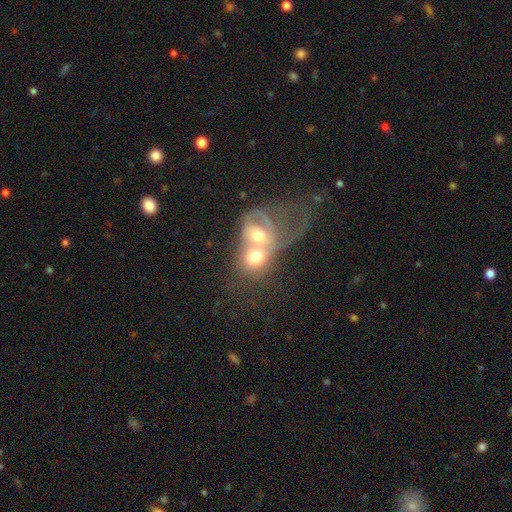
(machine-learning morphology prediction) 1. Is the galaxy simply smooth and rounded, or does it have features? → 47% featured or disk, 43% smooth, 9% star or artifact.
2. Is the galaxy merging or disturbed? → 79% merger, 9% major disturbance, 8% none, 4% minor disturbance.